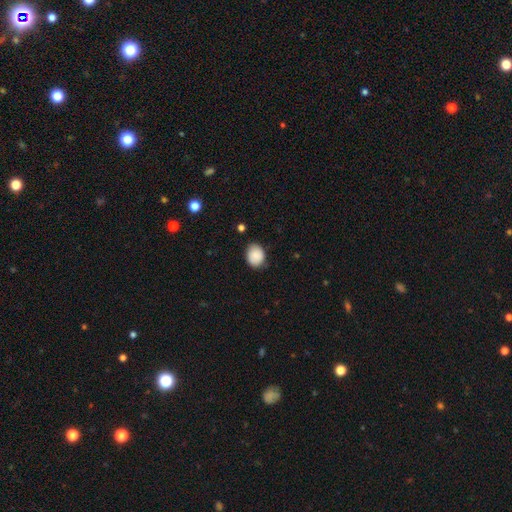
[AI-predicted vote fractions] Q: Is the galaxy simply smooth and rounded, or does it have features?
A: smooth — 88%.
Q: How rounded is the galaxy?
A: round — 51%.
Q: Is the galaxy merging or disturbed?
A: none — 79%.